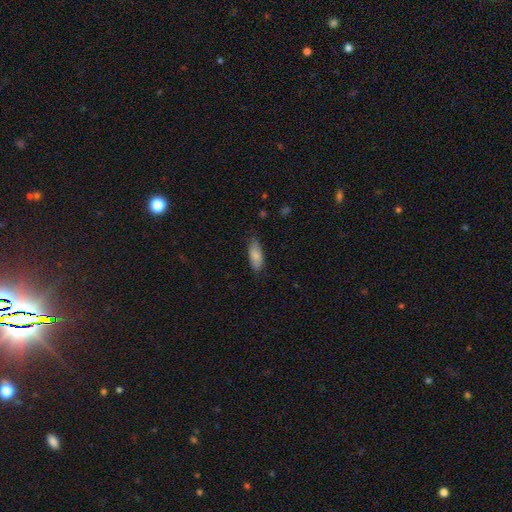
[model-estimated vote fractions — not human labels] Smooth or featured?
  - smooth: 85% *
  - featured or disk: 9%
  - star or artifact: 6%
How rounded?
  - in between: 78% *
  - cigar-shaped: 20%
  - round: 2%
Merging?
  - none: 74% *
  - minor disturbance: 21%
  - major disturbance: 4%
  - merger: 1%